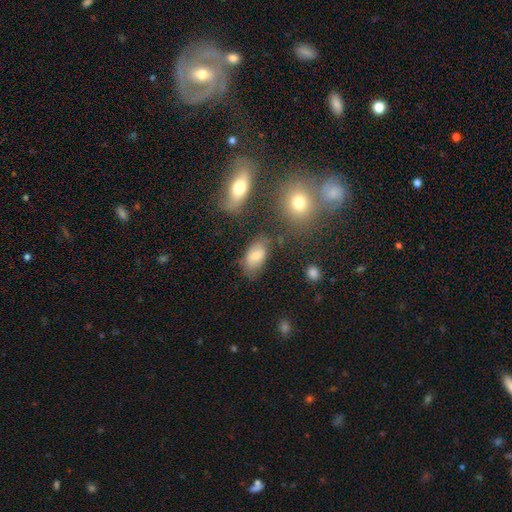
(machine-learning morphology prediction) The model was most divided on "merging": none: 68%, minor disturbance: 20%, major disturbance: 7%, merger: 5%. More confident: how rounded — in between (92%); smooth or featured — smooth (75%).